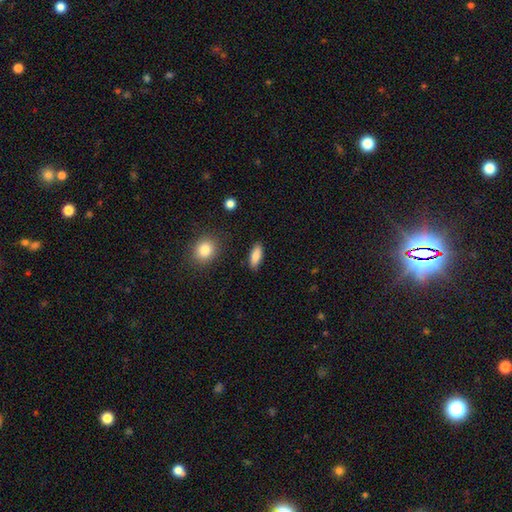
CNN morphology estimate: Smooth or featured? smooth (85%)
How rounded? in between (76%)
Merging? none (87%)